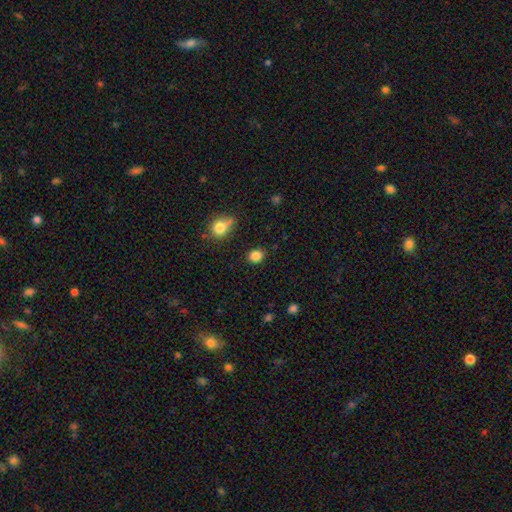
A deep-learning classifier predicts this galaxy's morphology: This is clearly a smooth galaxy (85%). How rounded: likely round (64%). Merging: clearly none (85%).